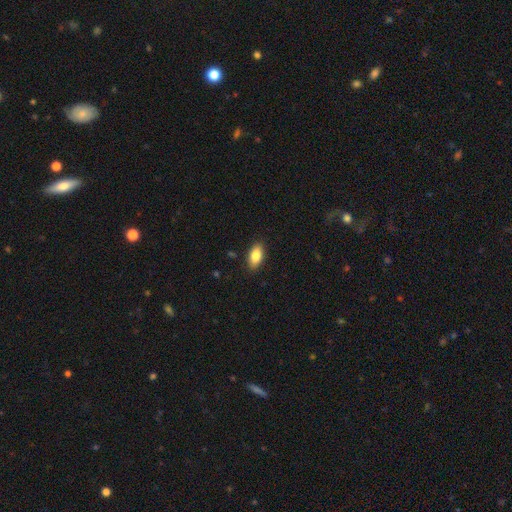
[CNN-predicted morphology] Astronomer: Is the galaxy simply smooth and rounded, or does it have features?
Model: smooth — 83%.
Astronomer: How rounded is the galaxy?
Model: in between — 90%.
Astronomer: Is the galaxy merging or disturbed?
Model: none — 88%.